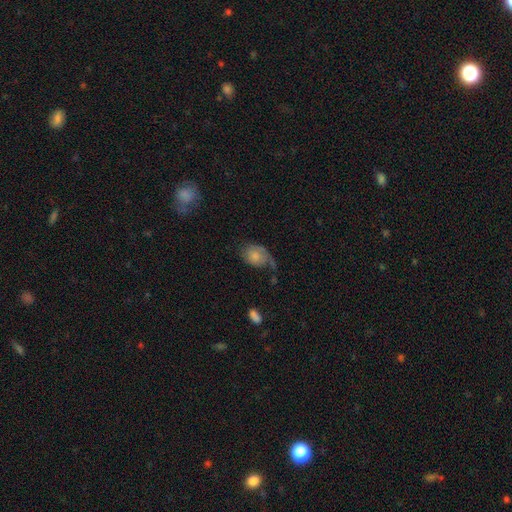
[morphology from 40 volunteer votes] Smooth or featured? 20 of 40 (50%) said featured or disk. Edge-on disk? 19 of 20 (95%) said no. Bar? 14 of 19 (74%) said no. Spiral arms? 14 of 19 (74%) said yes. Spiral winding? 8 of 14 (57%) said loose. Spiral arm count? 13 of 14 (93%) said 1. Bulge size? 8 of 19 (42%) said small. Merging? 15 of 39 (38%) said major disturbance.